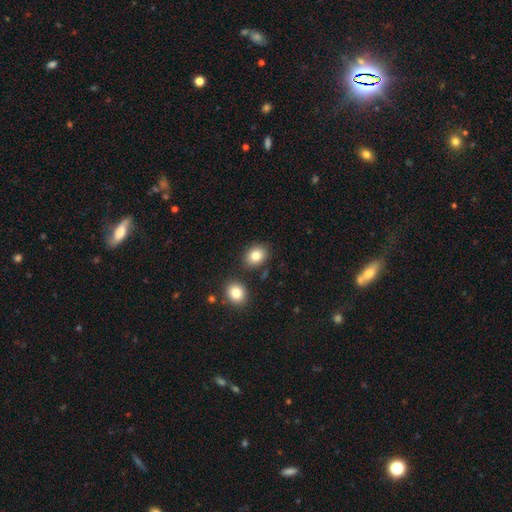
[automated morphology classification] The model was most divided on "how rounded": in between: 60%, round: 39%, cigar-shaped: 1%. More confident: smooth or featured — smooth (83%); merging — none (80%).